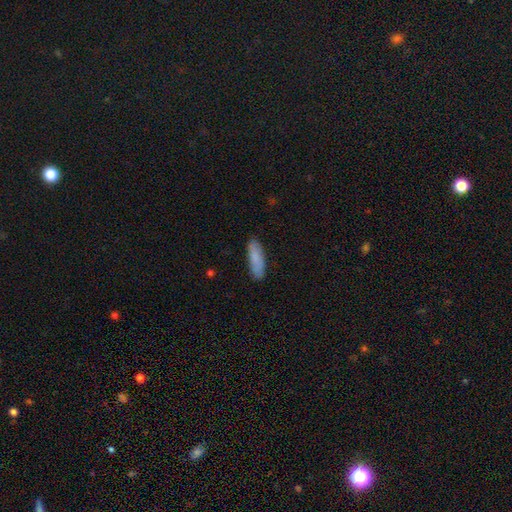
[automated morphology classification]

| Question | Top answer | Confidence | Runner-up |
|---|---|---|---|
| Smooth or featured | smooth | 83% | featured or disk (11%) |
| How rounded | cigar-shaped | 56% | in between (42%) |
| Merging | none | 86% | minor disturbance (11%) |